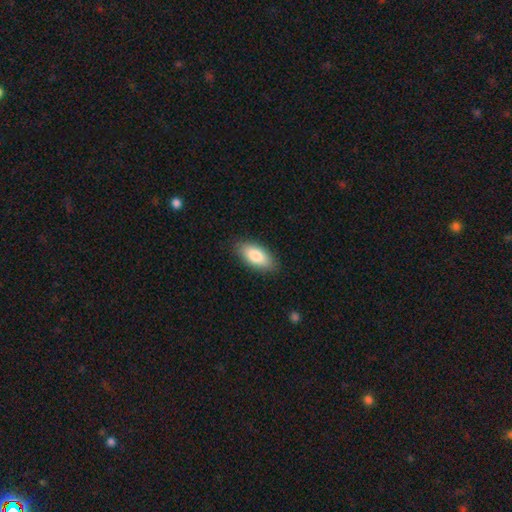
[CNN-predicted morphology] Smooth or featured: smooth — 82% (featured or disk — 11%)
How rounded: in between — 89% (cigar-shaped — 9%)
Merging: none — 87% (minor disturbance — 10%)